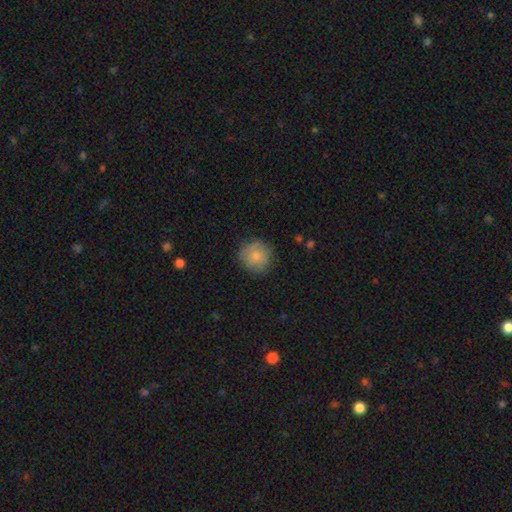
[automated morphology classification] smooth_or_featured: smooth (p=0.82) [alt: featured or disk p=0.10]
how_rounded: round (p=0.93) [alt: in between p=0.06]
merging: none (p=0.80) [alt: minor disturbance p=0.15]